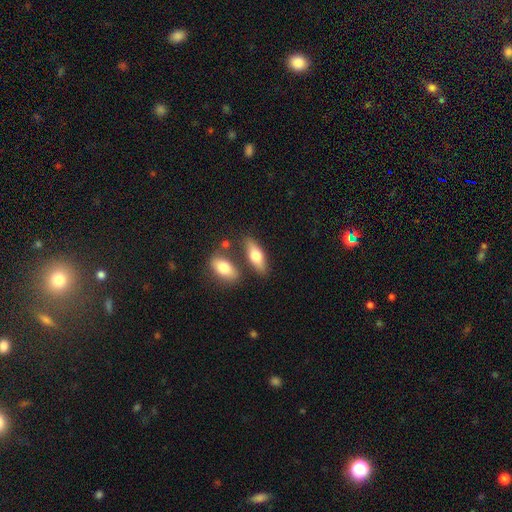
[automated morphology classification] type=smooth (65%); roundness=in between (69%); merging=none (71%).